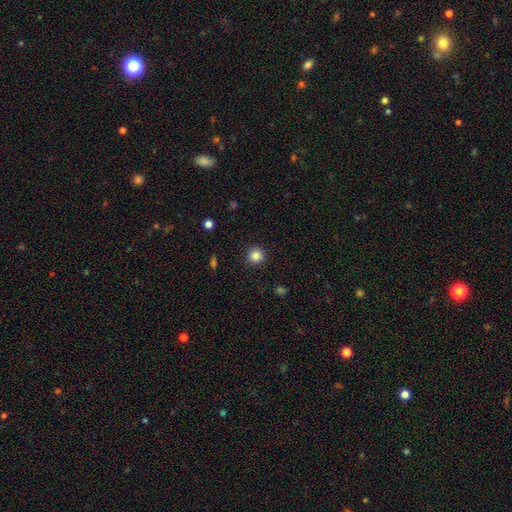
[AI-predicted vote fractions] Smooth or featured? smooth (85%)
How rounded? round (94%)
Merging? none (91%)